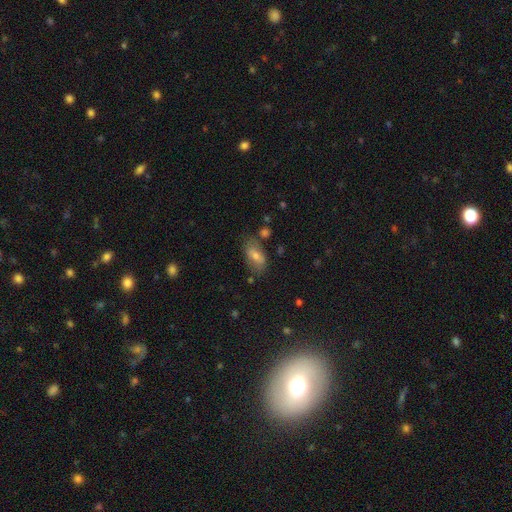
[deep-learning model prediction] smooth_or_featured: smooth (p=0.62) [alt: featured or disk p=0.30]
how_rounded: in between (p=0.88) [alt: cigar-shaped p=0.06]
merging: none (p=0.69) [alt: minor disturbance p=0.19]